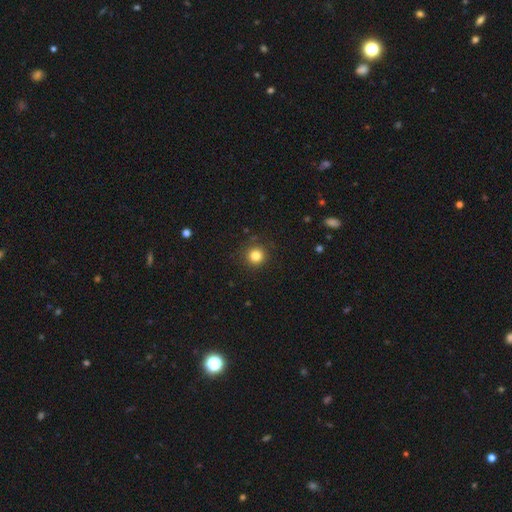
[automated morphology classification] This appears to be a smooth galaxy with no disk features (82%) that is round (94%). Merging: none (90%).